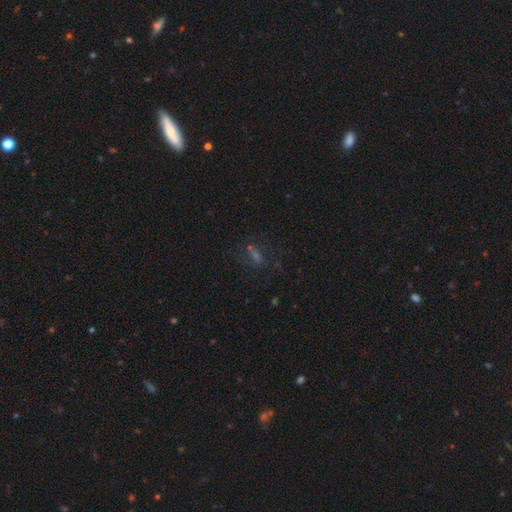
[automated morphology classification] Smooth or featured?
  - smooth: 37% * (tied)
  - star or artifact: 37% * (tied)
  - featured or disk: 26%
Merging?
  - none: 62% *
  - minor disturbance: 17%
  - major disturbance: 16%
  - merger: 5%